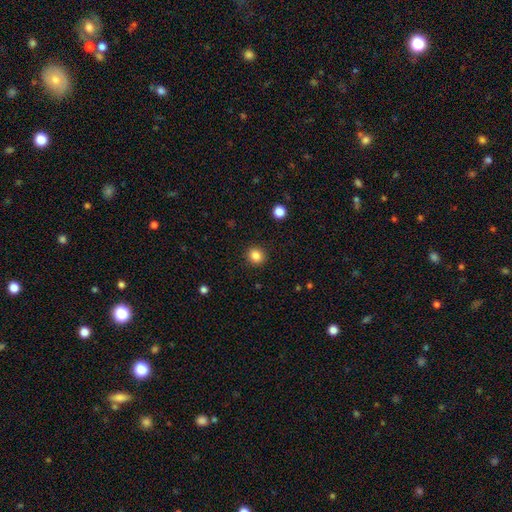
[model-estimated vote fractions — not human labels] A smooth galaxy with no disk features (85%) that is round (86%).

Vote fractions:
- Smooth or featured? smooth: 85% / star or artifact: 11% / featured or disk: 4%
- How rounded? round: 86% / in between: 13% / cigar-shaped: 1%
- Merging? none: 91% / minor disturbance: 6% / major disturbance: 2% / merger: 1%